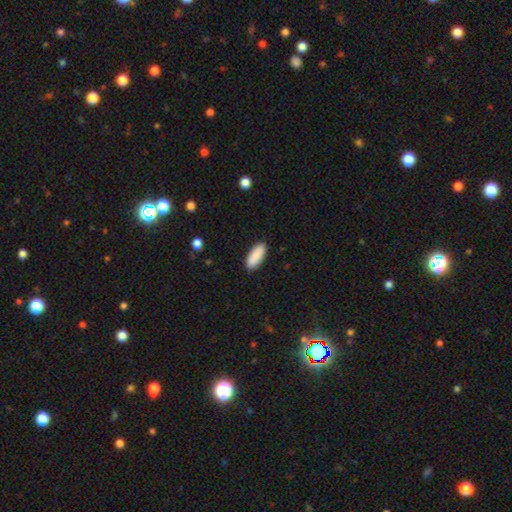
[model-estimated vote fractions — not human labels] Smooth or featured?
  - smooth: 90% *
  - star or artifact: 6%
  - featured or disk: 4%
How rounded?
  - in between: 77% *
  - cigar-shaped: 21%
  - round: 2%
Merging?
  - none: 89% *
  - minor disturbance: 8%
  - major disturbance: 2%
  - merger: 1%